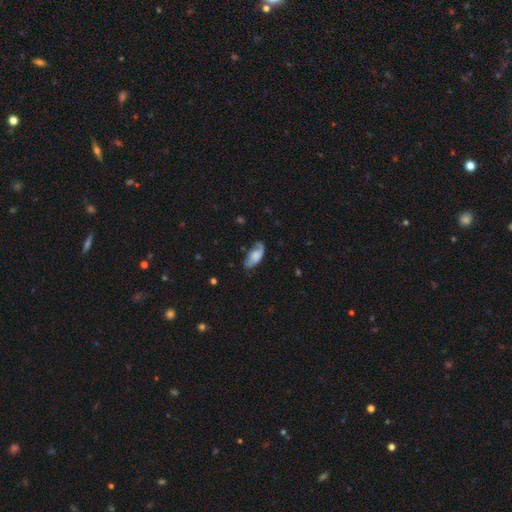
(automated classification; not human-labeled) smooth-or-featured: smooth: 58% | featured or disk: 35% | star or artifact: 8%
  how-rounded: in between: 86% | cigar-shaped: 11% | round: 3%
  merging: none: 52% | minor disturbance: 31% | major disturbance: 14% | merger: 2%